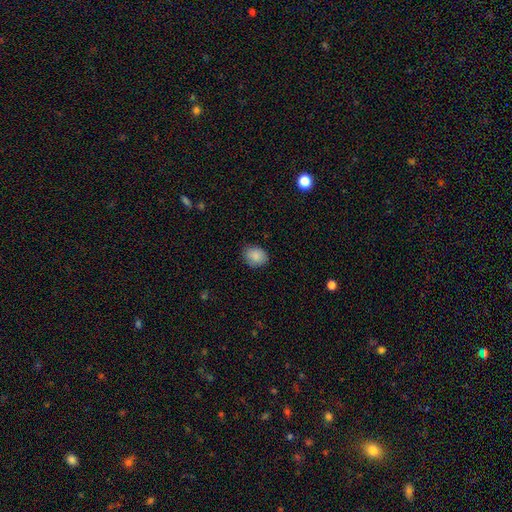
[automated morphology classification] Q: Smooth or featured?
A: smooth (87%); runner-up: star or artifact (8%)
Q: How rounded?
A: in between (50%); runner-up: round (49%)
Q: Merging?
A: none (81%); runner-up: minor disturbance (15%)